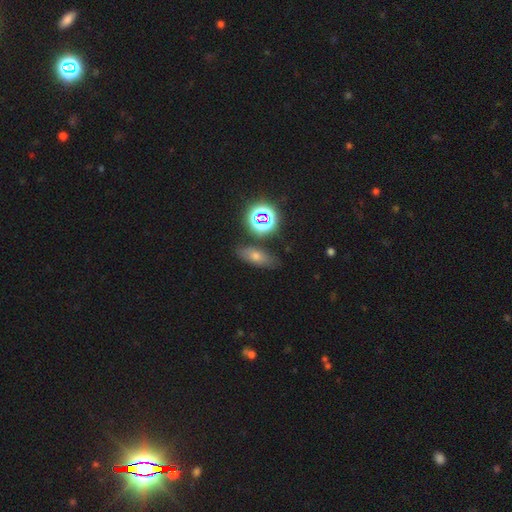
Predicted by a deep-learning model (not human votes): smooth_or_featured: smooth (p=0.47) [alt: star or artifact p=0.33]
merging: none (p=0.80) [alt: minor disturbance p=0.11]